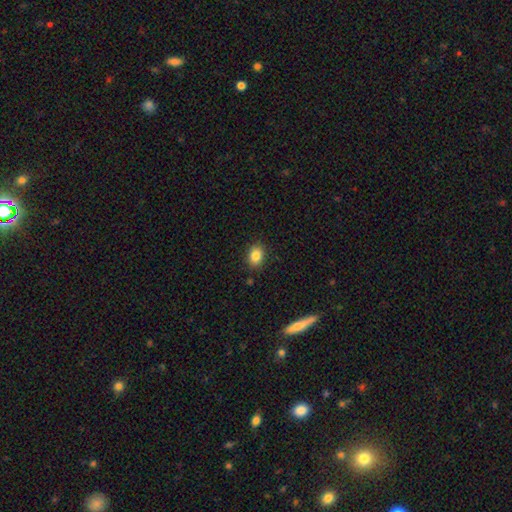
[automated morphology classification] Smooth or featured?
  - smooth: 84% *
  - star or artifact: 9%
  - featured or disk: 6%
How rounded?
  - in between: 65% *
  - round: 34%
  - cigar-shaped: 1%
Merging?
  - none: 88% *
  - minor disturbance: 9%
  - major disturbance: 2%
  - merger: 1%